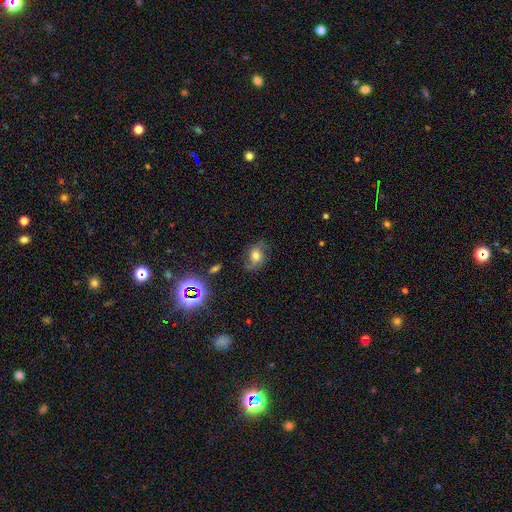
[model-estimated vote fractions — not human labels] Smooth or featured? Predicted: featured or disk (p=0.51). Edge-on disk? Predicted: no (p=0.95). Merging? Predicted: none (p=0.68).